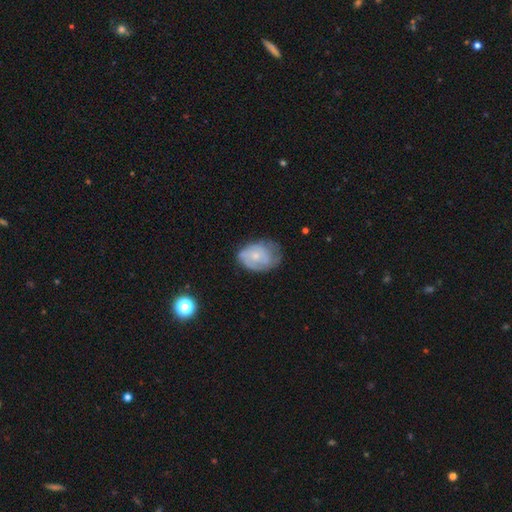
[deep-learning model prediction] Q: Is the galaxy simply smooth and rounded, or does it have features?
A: featured or disk — 49%.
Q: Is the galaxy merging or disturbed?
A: none — 45%.